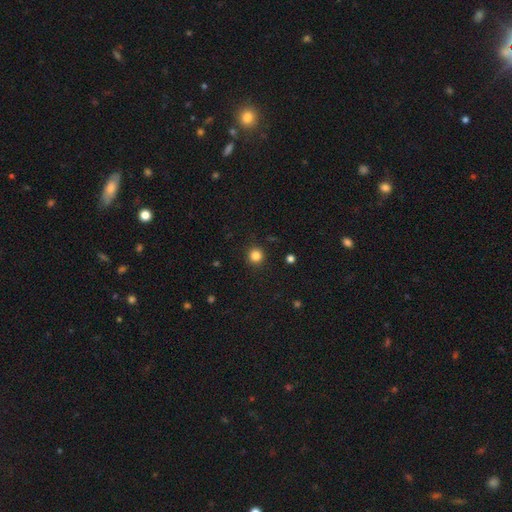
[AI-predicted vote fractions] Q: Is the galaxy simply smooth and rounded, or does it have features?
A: smooth — 83%.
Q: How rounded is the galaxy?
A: round — 94%.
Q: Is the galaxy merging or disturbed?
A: none — 91%.